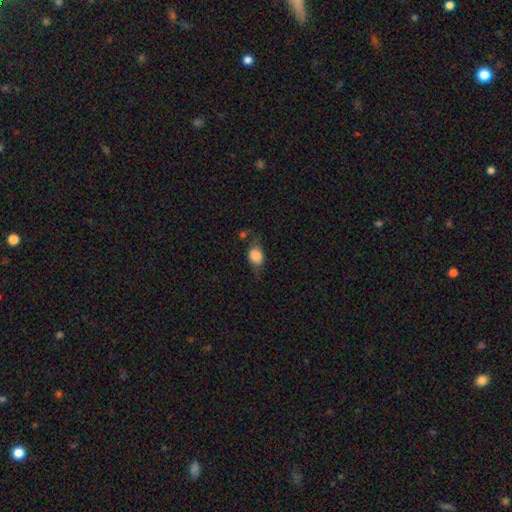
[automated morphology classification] This is likely a smooth galaxy (76%). How rounded: likely in between (63%). Merging: possibly none (53%).